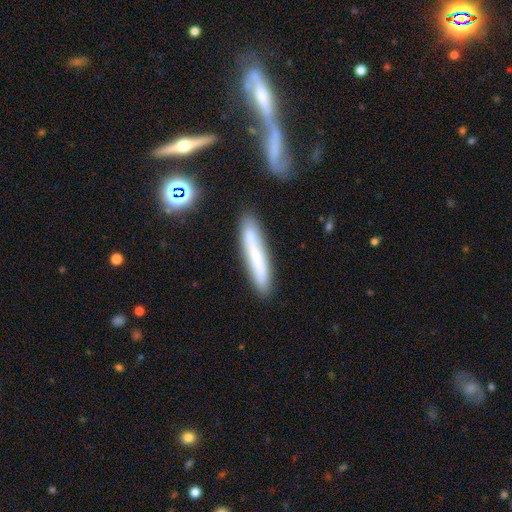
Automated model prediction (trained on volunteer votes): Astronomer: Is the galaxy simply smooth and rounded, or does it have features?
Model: smooth — 53% (runner-up: featured or disk, 39%).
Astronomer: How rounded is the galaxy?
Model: cigar-shaped — 90%.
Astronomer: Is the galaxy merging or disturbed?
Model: none — 82%.